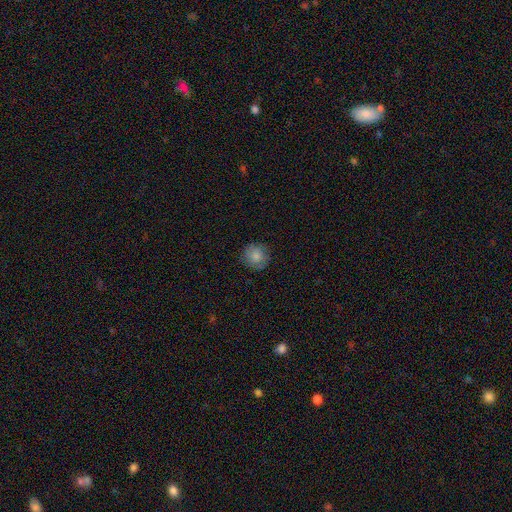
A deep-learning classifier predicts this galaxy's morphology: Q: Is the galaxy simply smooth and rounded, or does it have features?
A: smooth — 81%.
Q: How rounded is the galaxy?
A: round — 91%.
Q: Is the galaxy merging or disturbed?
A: none — 84%.